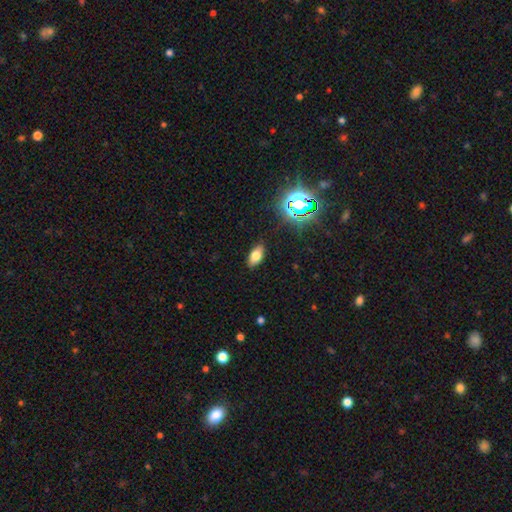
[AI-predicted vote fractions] This is likely a smooth galaxy (72%). How rounded: clearly in between (88%). Merging: clearly none (87%).